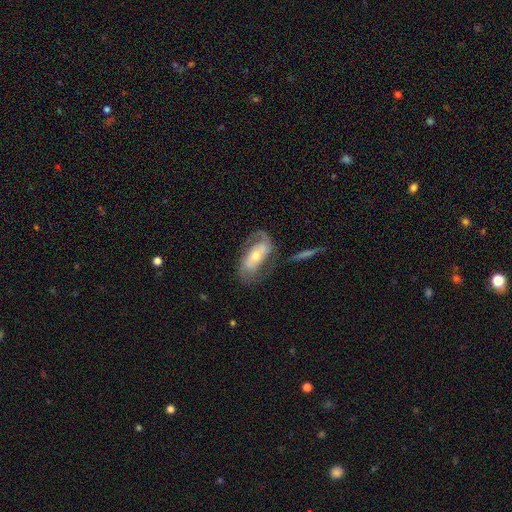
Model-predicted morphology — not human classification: A featured or disk galaxy (75%) with no bar (45%), 2 (72%) medium (44%) spiral arms (86%) and a moderate central bulge (62%). Merging: none (53%).